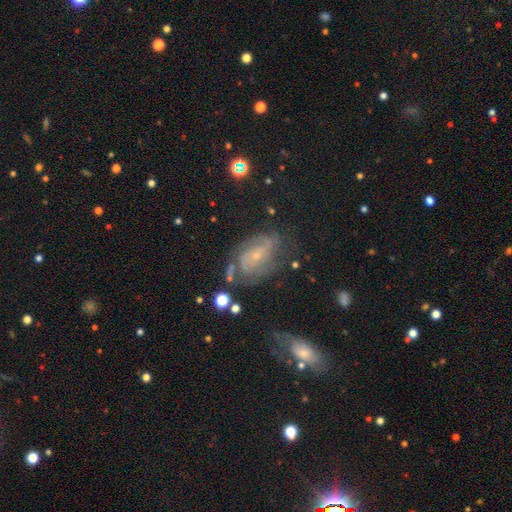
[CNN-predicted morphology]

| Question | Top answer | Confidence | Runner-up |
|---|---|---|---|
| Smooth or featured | featured or disk | 75% | smooth (14%) |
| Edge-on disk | no | 96% | yes (4%) |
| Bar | no | 59% | weak (33%) |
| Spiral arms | yes | 91% | no (9%) |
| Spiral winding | tight | 47% | medium (38%) |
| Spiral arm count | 2 | 36% | can't tell (34%) |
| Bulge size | small | 78% | moderate (17%) |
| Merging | none | 56% | minor disturbance (23%) |